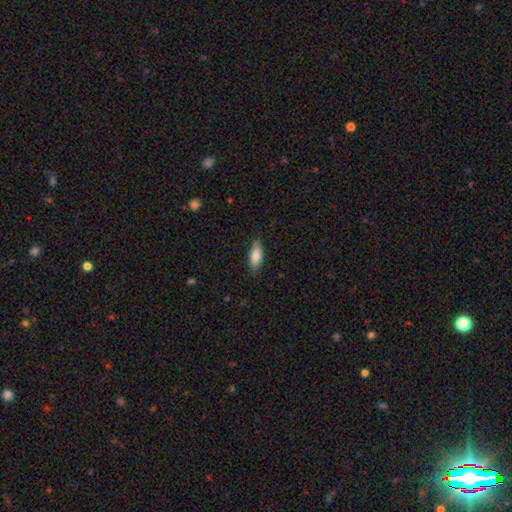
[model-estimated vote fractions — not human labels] smooth 83%, featured or disk 11%, star or artifact 6%. Down the decision tree: how rounded — in between (75%); merging — none (81%).